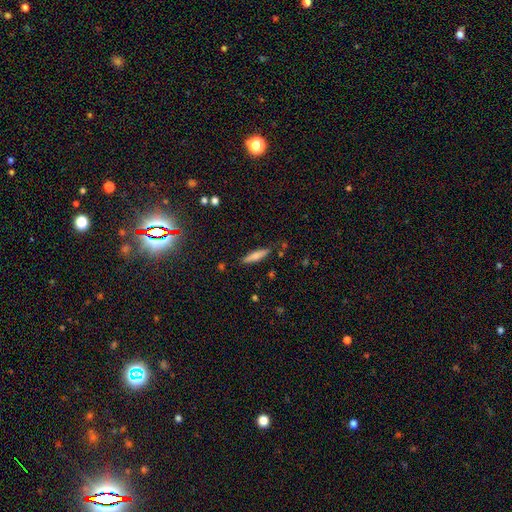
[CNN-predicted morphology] This appears to be a smooth galaxy with no disk features (71%) that is cigar-shaped (79%). Merging: none (83%).